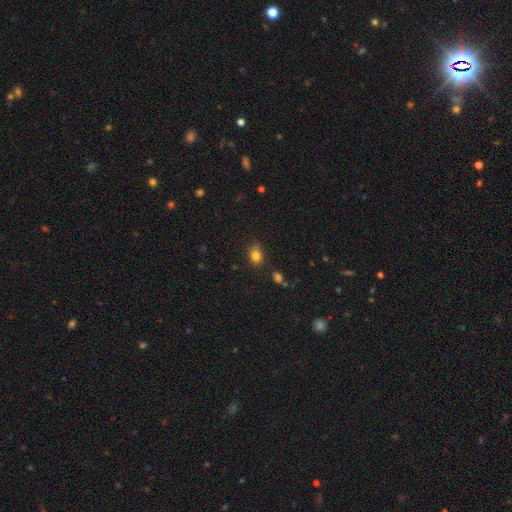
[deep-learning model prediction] Smooth or featured: smooth — 81% (star or artifact — 12%)
How rounded: in between — 59% (round — 39%)
Merging: none — 63% (minor disturbance — 27%)